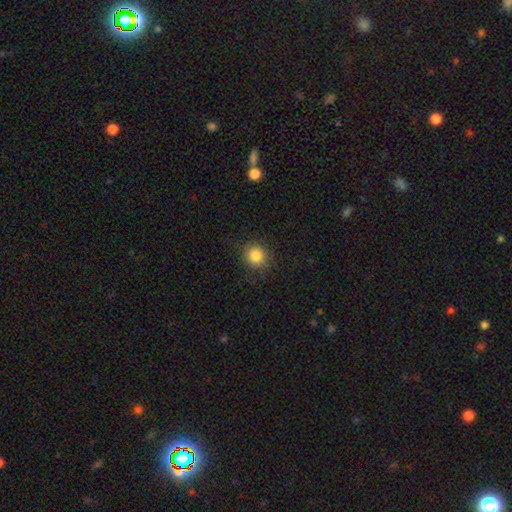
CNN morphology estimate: smooth 84%, star or artifact 11%, featured or disk 5%. Down the decision tree: how rounded — round (86%); merging — none (88%).